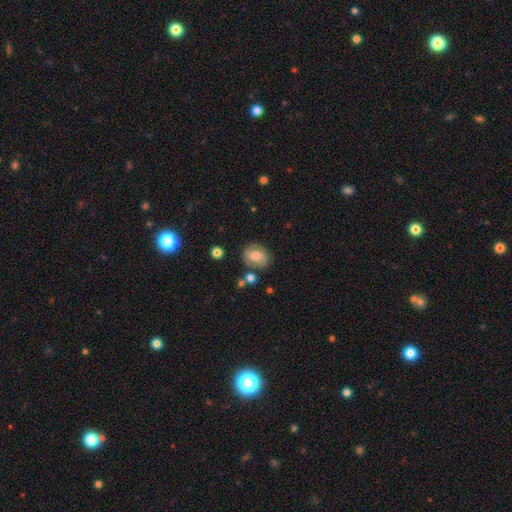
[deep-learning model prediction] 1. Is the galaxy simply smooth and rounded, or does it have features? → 62% smooth, 29% featured or disk, 9% star or artifact.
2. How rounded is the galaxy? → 58% round, 41% in between, 1% cigar-shaped.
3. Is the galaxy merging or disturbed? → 74% none, 17% minor disturbance, 5% merger, 4% major disturbance.